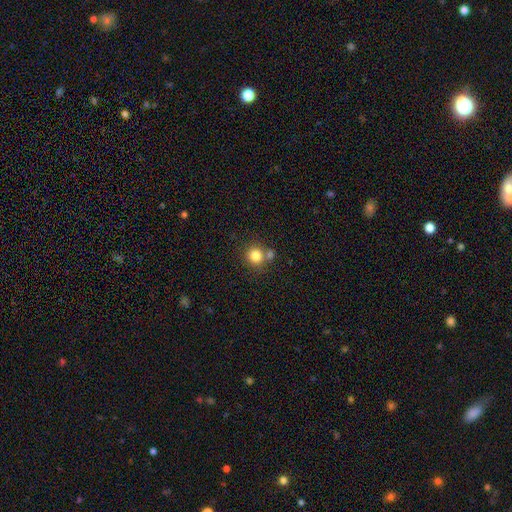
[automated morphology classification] smooth_or_featured: smooth (p=0.82) [alt: star or artifact p=0.11]
how_rounded: round (p=0.89) [alt: in between p=0.10]
merging: none (p=0.63) [alt: merger p=0.24]